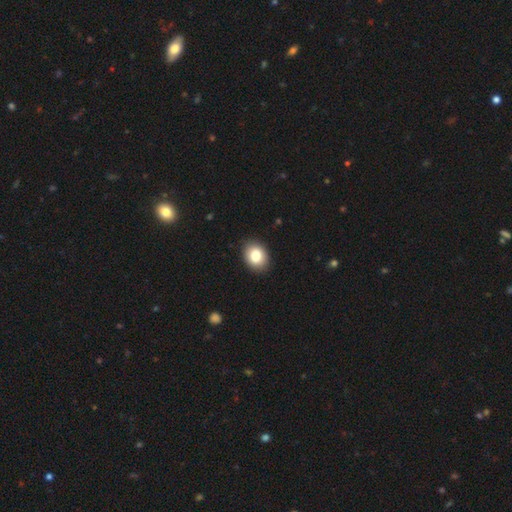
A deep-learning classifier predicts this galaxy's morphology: type=smooth (82%); roundness=in between (55%); merging=none (90%).